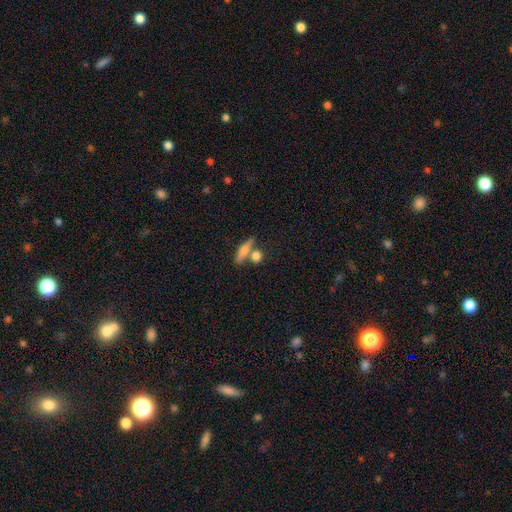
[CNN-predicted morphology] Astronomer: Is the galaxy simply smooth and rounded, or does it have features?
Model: smooth — 74%.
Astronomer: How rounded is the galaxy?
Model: round — 45% (runner-up: in between, 32%).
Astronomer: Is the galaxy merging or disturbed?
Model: none — 55%.